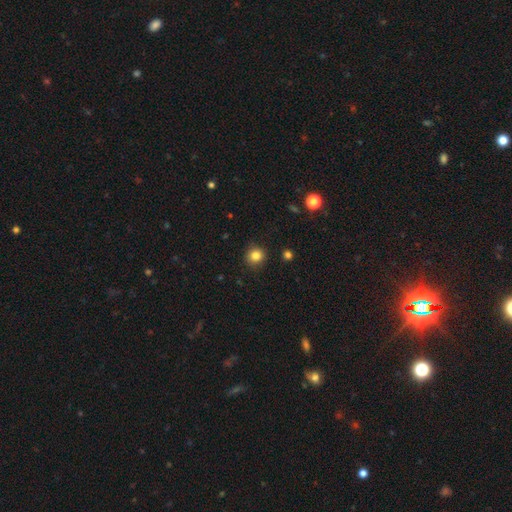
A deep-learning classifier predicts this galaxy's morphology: The model was most divided on "smooth or featured": smooth: 83%, star or artifact: 12%, featured or disk: 5%. More confident: how rounded — round (91%); merging — none (89%).